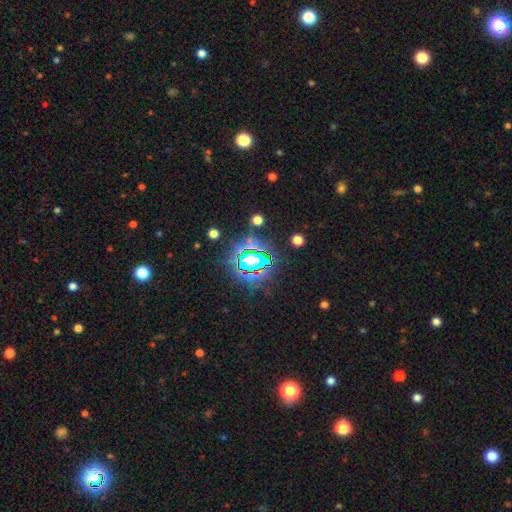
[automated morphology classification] Smooth or featured?
  - star or artifact: 83% *
  - smooth: 10%
  - featured or disk: 7%